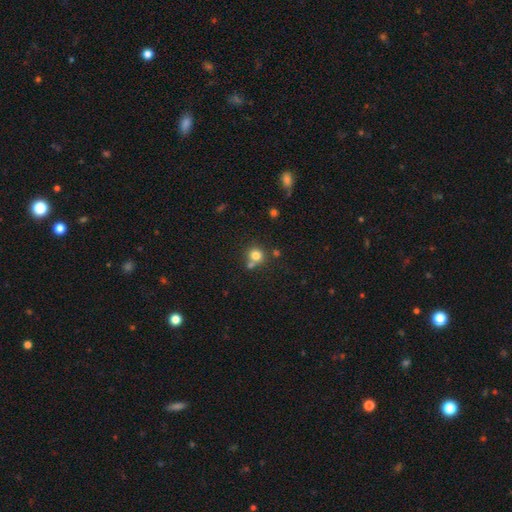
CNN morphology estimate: This is likely a smooth galaxy (79%). How rounded: clearly round (87%). Merging: possibly none (58%).